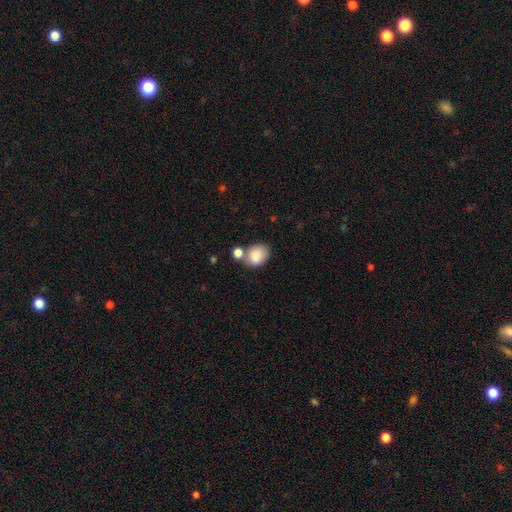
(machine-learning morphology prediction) Smooth or featured? smooth (84%)
How rounded? in between (63%)
Merging? none (52%)